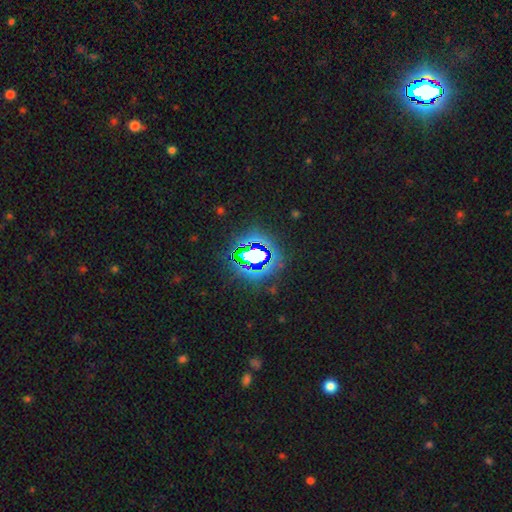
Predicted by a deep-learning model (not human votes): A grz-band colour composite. It shows a star or artifact, not a galaxy (75%).